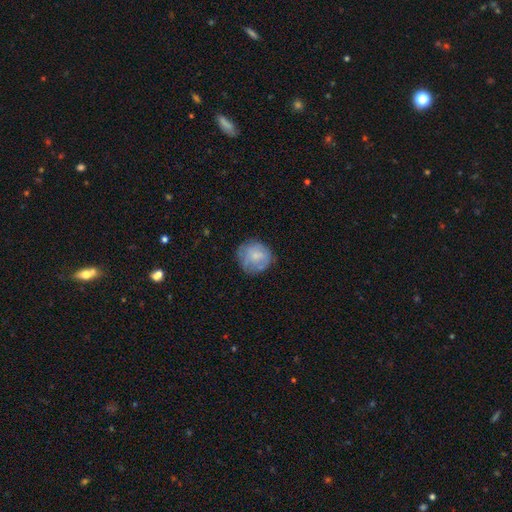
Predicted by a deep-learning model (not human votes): This is likely a smooth galaxy (63%). How rounded: clearly round (86%). Merging: likely none (70%).